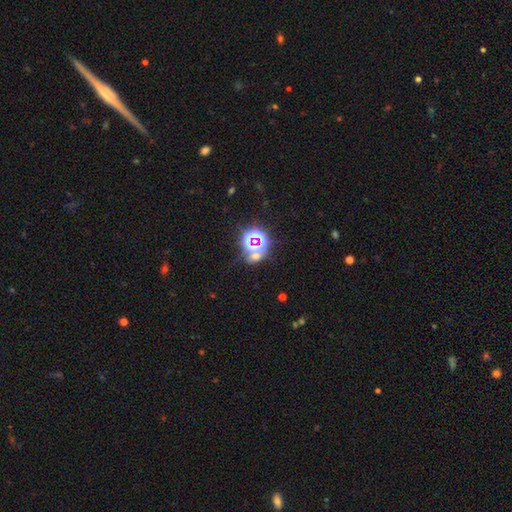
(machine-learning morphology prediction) A star or artifact, not a galaxy (64%).

Vote fractions:
- Smooth or featured? star or artifact: 64% / smooth: 26% / featured or disk: 10%